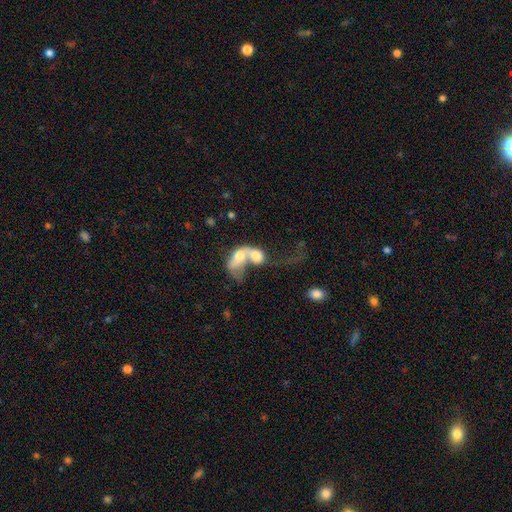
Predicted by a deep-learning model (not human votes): Smooth or featured? smooth (50%)
Merging? merger (82%)